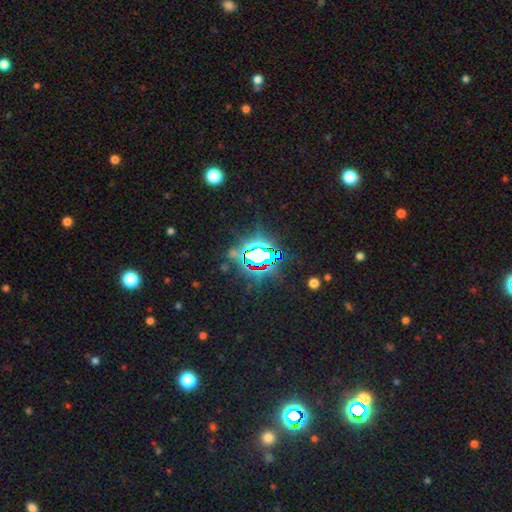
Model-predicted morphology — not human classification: A star or artifact, not a galaxy (76%).

Vote fractions:
- Smooth or featured? star or artifact: 76% / smooth: 13% / featured or disk: 10%